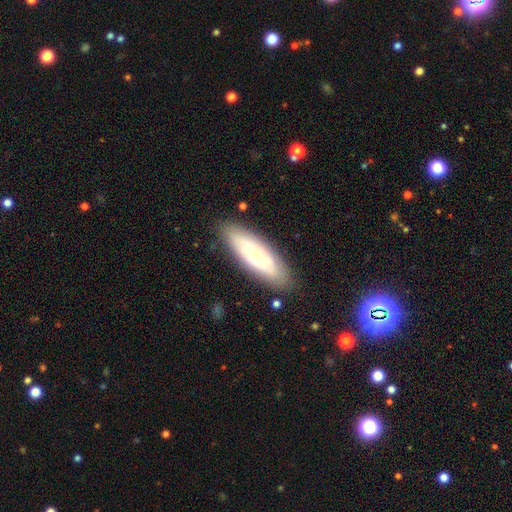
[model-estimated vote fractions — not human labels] smooth-or-featured: featured or disk: 51% | smooth: 43% | star or artifact: 6%
  disk-edge-on: no: 70% | yes: 30%
  merging: none: 83% | minor disturbance: 12% | major disturbance: 3% | merger: 2%